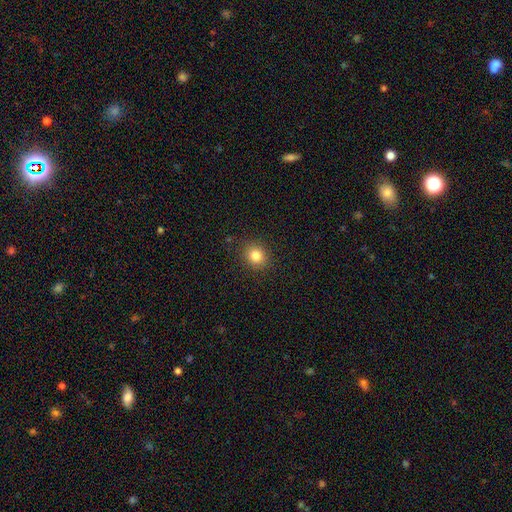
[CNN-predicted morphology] smooth_or_featured: smooth (p=0.83) [alt: star or artifact p=0.11]
how_rounded: round (p=0.74) [alt: in between p=0.25]
merging: none (p=0.88) [alt: minor disturbance p=0.08]